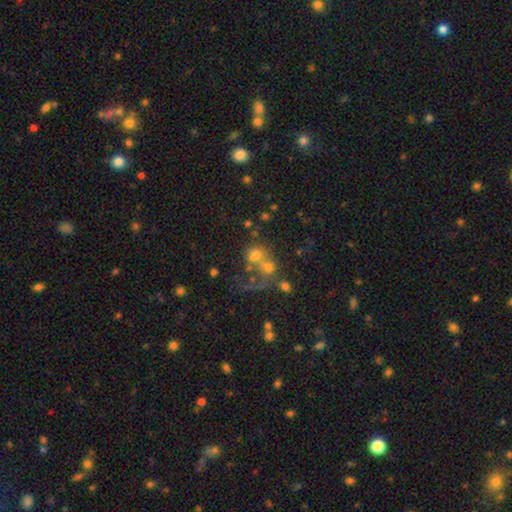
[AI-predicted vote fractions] smooth_or_featured: smooth (p=0.50) [alt: featured or disk p=0.27]
merging: merger (p=0.55) [alt: none p=0.25]